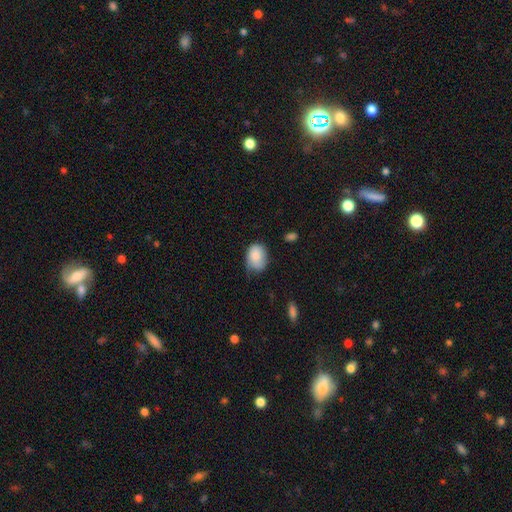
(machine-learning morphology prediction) smooth-or-featured: smooth: 82% | featured or disk: 11% | star or artifact: 7%
  how-rounded: in between: 72% | round: 27% | cigar-shaped: 1%
  merging: none: 45% | minor disturbance: 41% | major disturbance: 12% | merger: 2%